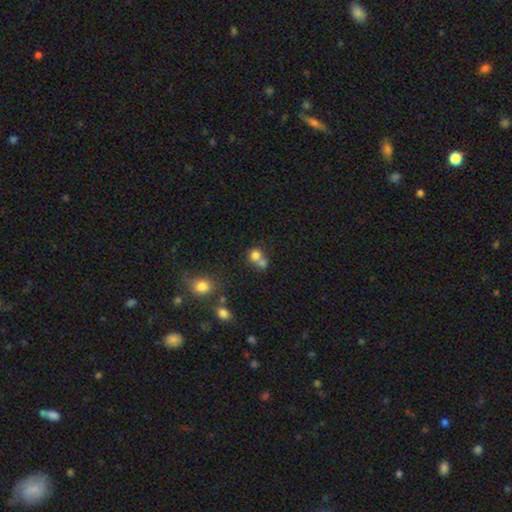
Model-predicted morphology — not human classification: A smooth galaxy with no disk features (75%) that is round (77%).

Vote fractions:
- Smooth or featured? smooth: 75% / featured or disk: 13% / star or artifact: 12%
- How rounded? round: 77% / in between: 22% / cigar-shaped: 1%
- Merging? merger: 55% / none: 33% / minor disturbance: 7% / major disturbance: 4%